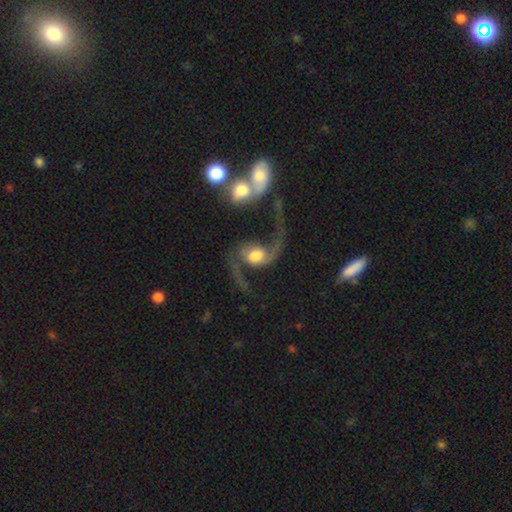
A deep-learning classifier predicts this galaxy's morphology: smooth_or_featured: featured or disk (p=0.84) [alt: smooth p=0.10]
disk_edge_on: no (p=0.97) [alt: yes p=0.03]
bar: no (p=0.56) [alt: weak p=0.33]
has_spiral_arms: yes (p=0.95) [alt: no p=0.05]
spiral_winding: loose (p=0.83) [alt: medium p=0.14]
spiral_arm_count: 2 (p=0.90) [alt: 1 p=0.05]
bulge_size: moderate (p=0.41) [alt: large p=0.40]
merging: none (p=0.37) [alt: merger p=0.27]